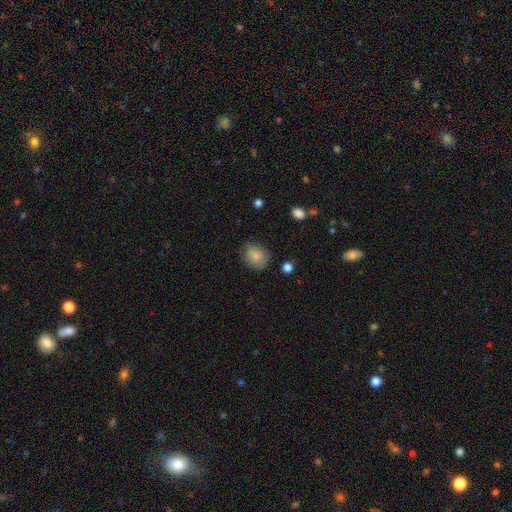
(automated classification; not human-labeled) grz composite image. It shows a smooth galaxy with no disk features (83%) that is round (60%). Merging: none (73%).